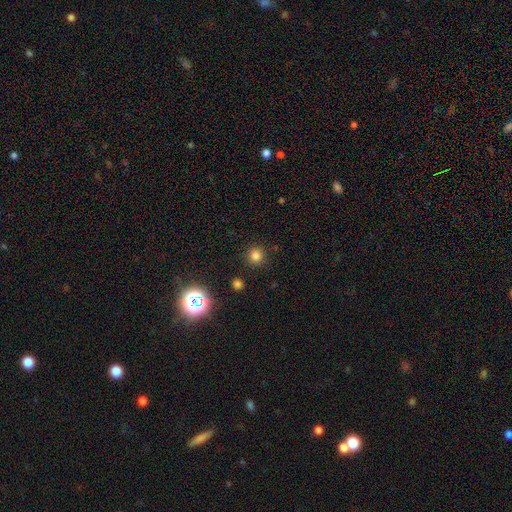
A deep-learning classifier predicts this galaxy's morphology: A smooth galaxy with no disk features (78%) that is round (93%). Merging: none (89%).